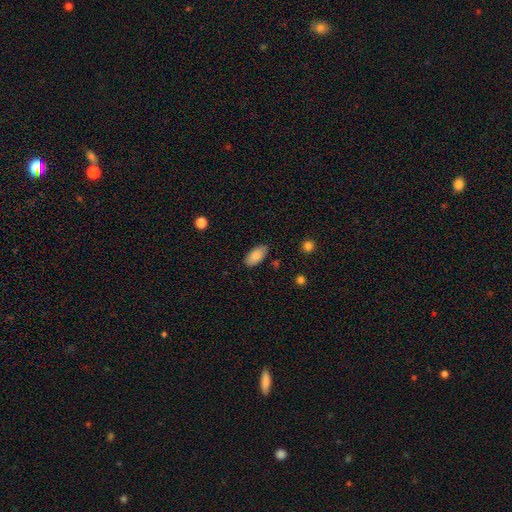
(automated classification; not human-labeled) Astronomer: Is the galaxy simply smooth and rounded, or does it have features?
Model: smooth — 86%.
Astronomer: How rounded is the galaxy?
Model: in between — 93%.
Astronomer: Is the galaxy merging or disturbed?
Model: none — 86%.